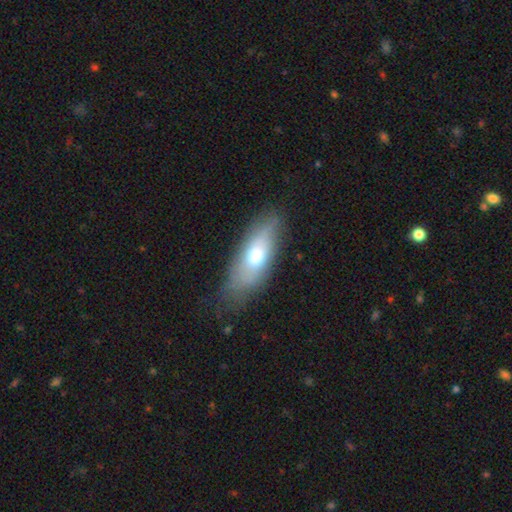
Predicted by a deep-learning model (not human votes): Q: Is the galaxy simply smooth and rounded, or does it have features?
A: smooth — 63%.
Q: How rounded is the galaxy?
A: in between — 67%.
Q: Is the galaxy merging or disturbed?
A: none — 69%.